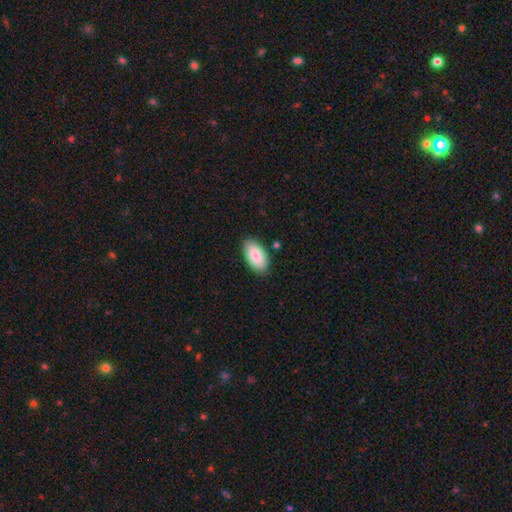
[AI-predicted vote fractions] Q: Smooth or featured?
A: smooth (86%); runner-up: featured or disk (9%)
Q: How rounded?
A: in between (95%); runner-up: cigar-shaped (3%)
Q: Merging?
A: none (86%); runner-up: minor disturbance (10%)